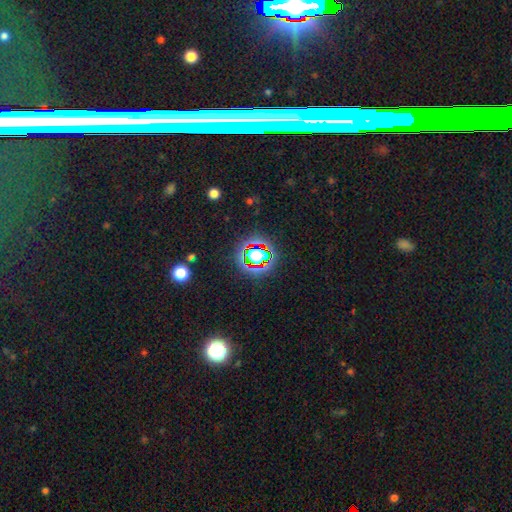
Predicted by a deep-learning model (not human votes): Smooth or featured?
  - star or artifact: 65% *
  - smooth: 23%
  - featured or disk: 11%